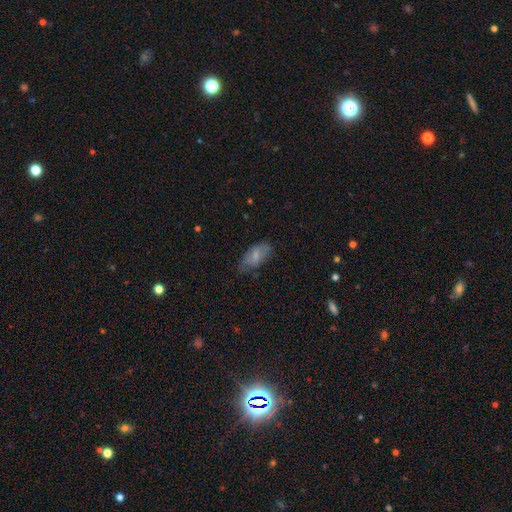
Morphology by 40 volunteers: A smooth galaxy with no disk features (62%) that is in between round and cigar-shaped (100%). Merging: none (45%).